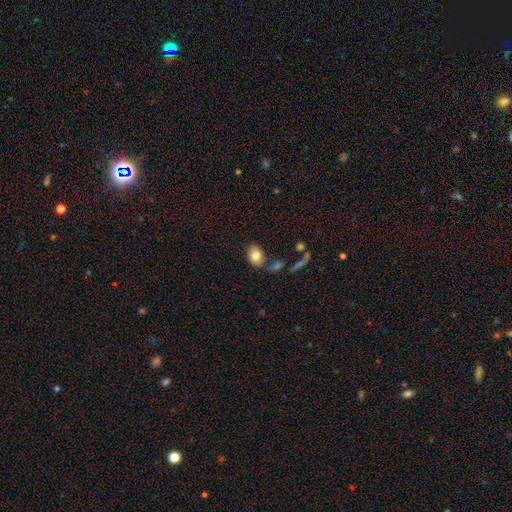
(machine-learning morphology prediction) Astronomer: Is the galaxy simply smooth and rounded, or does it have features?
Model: smooth — 80%.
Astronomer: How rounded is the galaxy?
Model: in between — 77%.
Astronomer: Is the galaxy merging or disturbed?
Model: none — 73%.